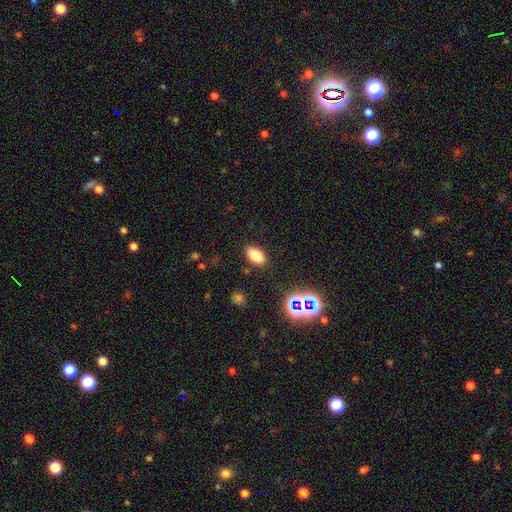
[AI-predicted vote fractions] Smooth or featured? smooth (77%)
How rounded? in between (92%)
Merging? none (87%)